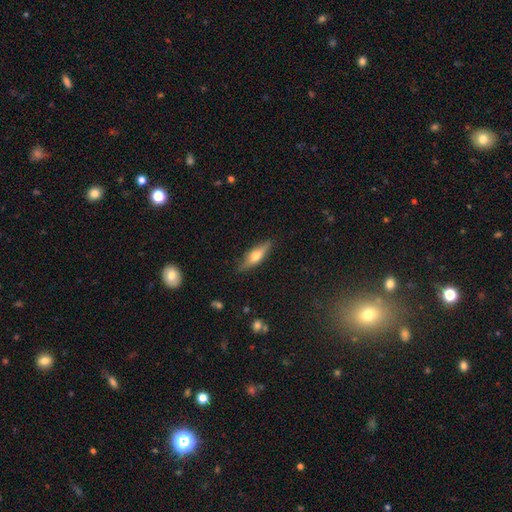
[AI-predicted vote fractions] A featured or disk galaxy (48%).

Vote fractions:
- Smooth or featured? featured or disk: 48% / smooth: 45% / star or artifact: 7%
- Merging? none: 84% / minor disturbance: 12% / major disturbance: 2% / merger: 1%